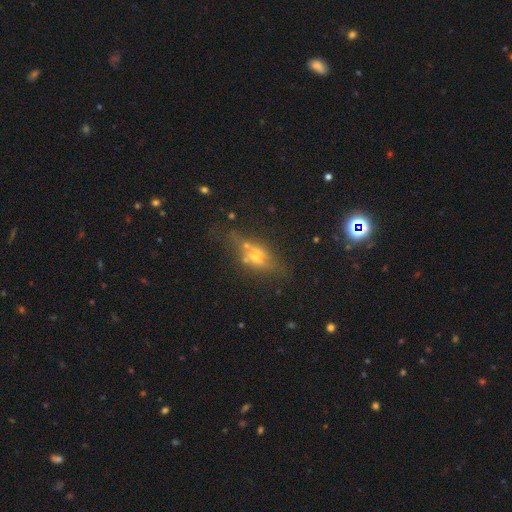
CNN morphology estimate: smooth-or-featured: featured or disk: 50% | smooth: 33% | star or artifact: 16%
  disk-edge-on: yes: 66% | no: 34%
  merging: none: 59% | minor disturbance: 18% | merger: 14% | major disturbance: 10%